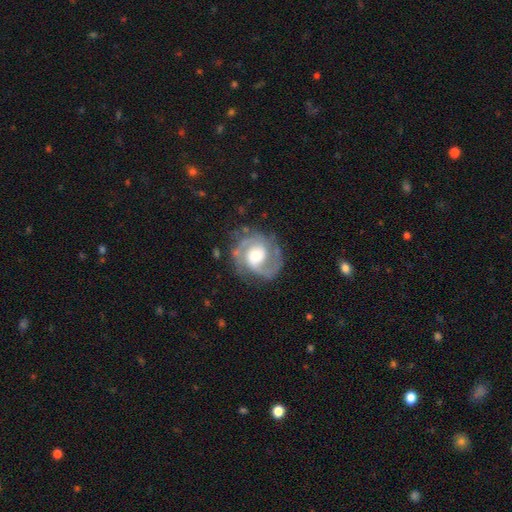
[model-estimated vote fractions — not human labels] Smooth or featured? Predicted: featured or disk (p=0.86). Edge-on disk? Predicted: no (p=0.98). Bar? Predicted: no (p=0.55). Spiral arms? Predicted: yes (p=0.96). Spiral winding? Predicted: medium (p=0.50). Spiral arm count? Predicted: 2 (p=0.86). Bulge size? Predicted: moderate (p=0.58). Merging? Predicted: none (p=0.76).